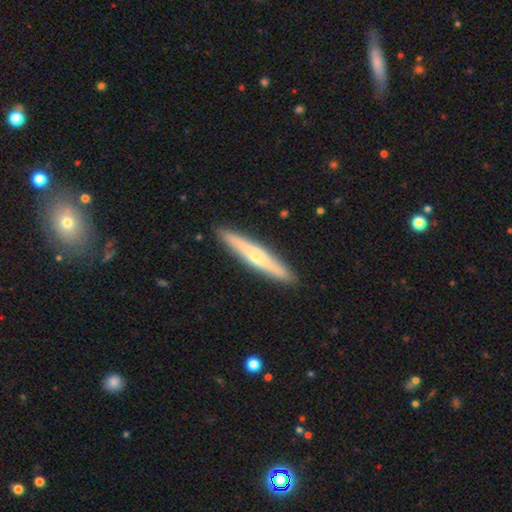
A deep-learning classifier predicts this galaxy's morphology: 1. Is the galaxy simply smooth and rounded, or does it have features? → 48% smooth, 47% featured or disk, 5% star or artifact.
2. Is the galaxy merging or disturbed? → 91% none, 6% minor disturbance, 1% major disturbance, 1% merger.